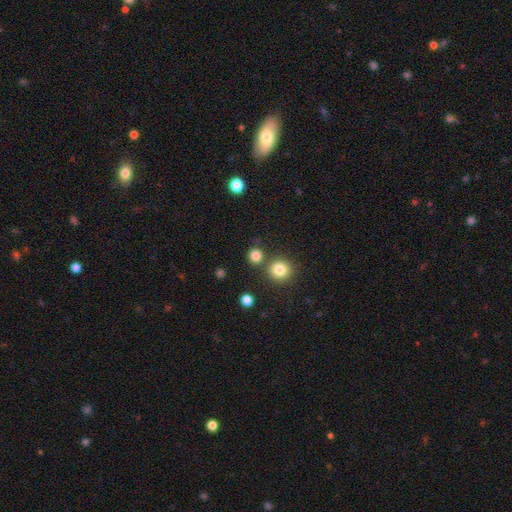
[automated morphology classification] A smooth galaxy with no disk features (82%) that is round (89%).

Vote fractions:
- Smooth or featured? smooth: 82% / star or artifact: 14% / featured or disk: 5%
- How rounded? round: 89% / in between: 10% / cigar-shaped: 1%
- Merging? none: 78% / merger: 12% / minor disturbance: 7% / major disturbance: 3%